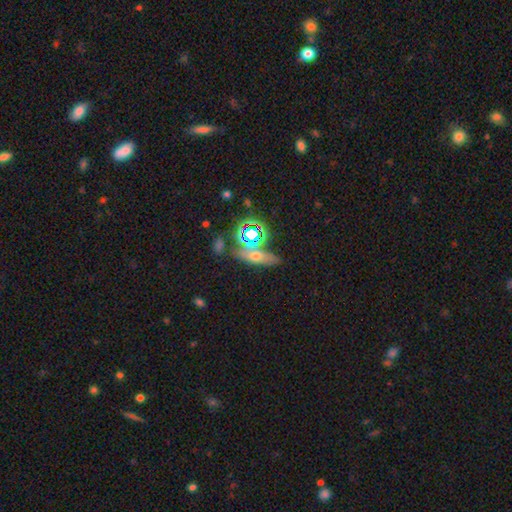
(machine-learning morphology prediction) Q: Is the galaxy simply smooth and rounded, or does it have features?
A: smooth — 50%.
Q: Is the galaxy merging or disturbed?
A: none — 70%.